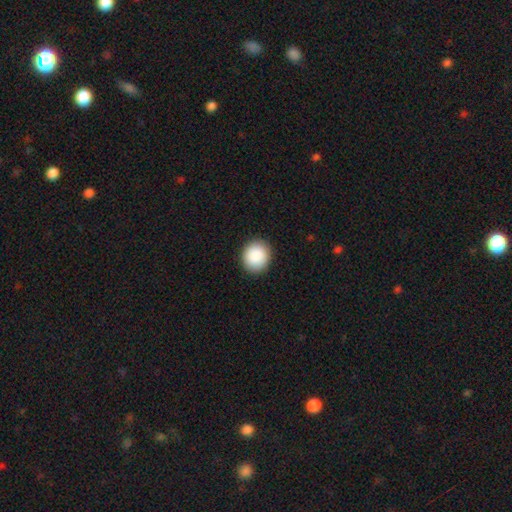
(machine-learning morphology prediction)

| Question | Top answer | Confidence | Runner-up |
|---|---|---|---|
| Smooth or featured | smooth | 90% | star or artifact (7%) |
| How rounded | round | 84% | in between (16%) |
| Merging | none | 91% | minor disturbance (6%) |